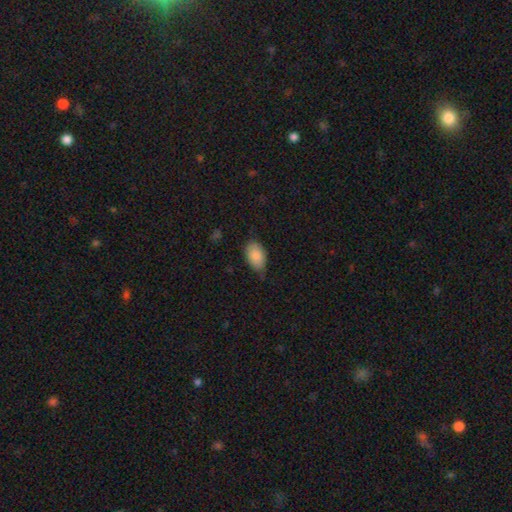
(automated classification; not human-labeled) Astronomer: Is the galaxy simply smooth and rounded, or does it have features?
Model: smooth — 87%.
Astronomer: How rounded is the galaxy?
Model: in between — 93%.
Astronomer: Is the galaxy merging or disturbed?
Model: none — 70%.